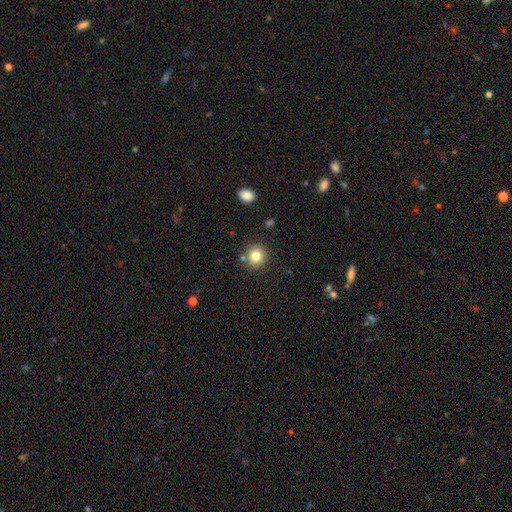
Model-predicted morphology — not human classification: smooth-or-featured: smooth: 81% | star or artifact: 11% | featured or disk: 8%
  how-rounded: round: 90% | in between: 9% | cigar-shaped: 1%
  merging: none: 82% | minor disturbance: 8% | merger: 7% | major disturbance: 3%